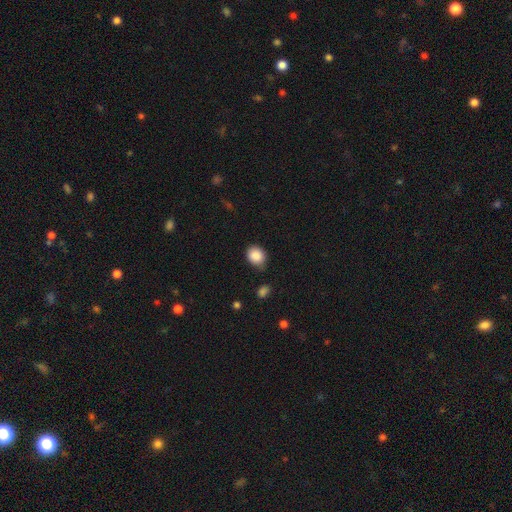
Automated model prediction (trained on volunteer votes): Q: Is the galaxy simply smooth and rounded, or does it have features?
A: smooth — 88%.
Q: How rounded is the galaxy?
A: round — 61%.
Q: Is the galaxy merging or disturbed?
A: none — 71%.